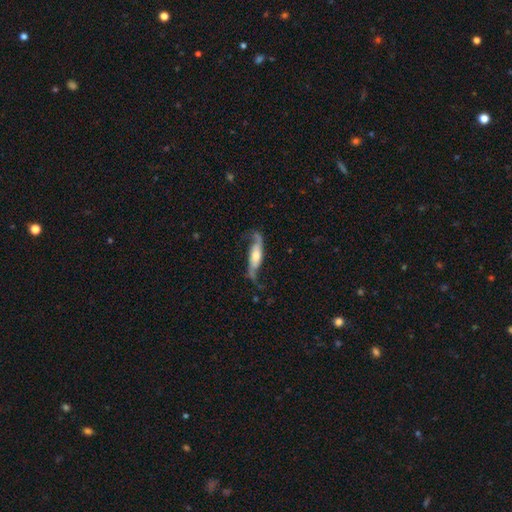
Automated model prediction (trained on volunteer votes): A featured or disk galaxy (79%) with no bar (50%), 2 (90%) loose (77%) spiral arms (94%) and a moderate central bulge (56%).

Vote fractions:
- Smooth or featured? featured or disk: 79% / smooth: 16% / star or artifact: 5%
- Edge-on disk? no: 74% / yes: 26%
- Bar? no: 50% / weak: 29% / strong: 22%
- Spiral arms? yes: 94% / no: 6%
- Spiral winding? loose: 77% / medium: 17% / tight: 6%
- Spiral arm count? 2: 90% / 1: 4% / can't tell: 3% / 3: 1% / 4: 1% / more than 4: 1%
- Bulge size? moderate: 56% / small: 22% / large: 15% / none: 4% / dominant: 3%
- Merging? none: 65% / minor disturbance: 21% / major disturbance: 12% / merger: 2%